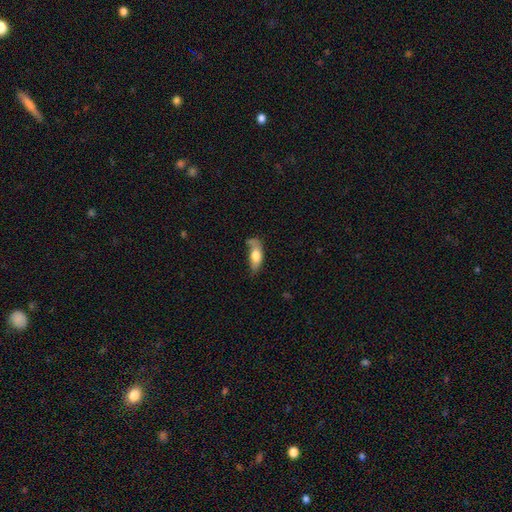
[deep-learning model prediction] Smooth or featured? smooth (70%)
How rounded? in between (77%)
Merging? none (34%)